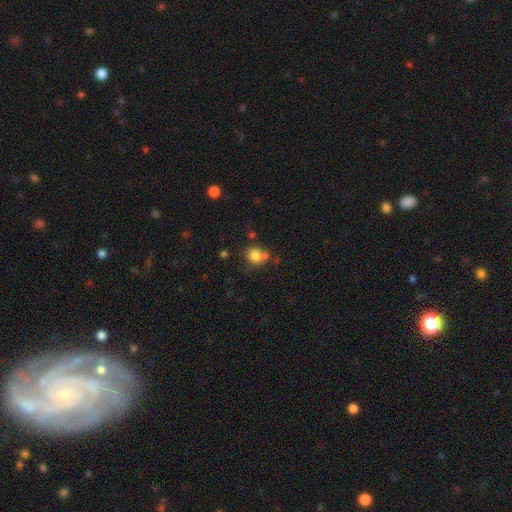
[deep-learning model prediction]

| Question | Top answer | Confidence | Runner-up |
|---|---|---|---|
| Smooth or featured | smooth | 80% | star or artifact (12%) |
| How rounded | round | 82% | in between (18%) |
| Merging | none | 63% | merger (20%) |